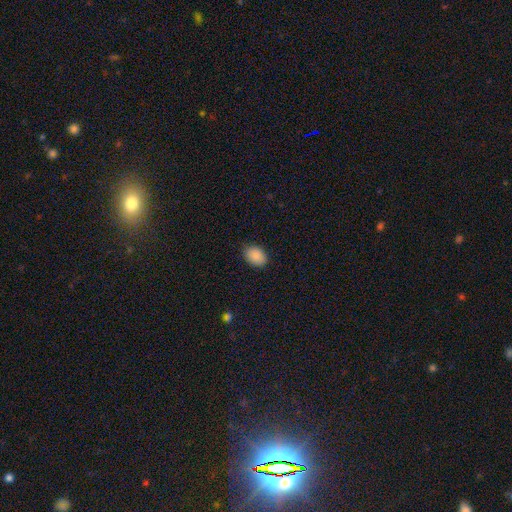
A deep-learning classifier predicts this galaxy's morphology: This appears to be a smooth galaxy with no disk features (89%) that is in between round and cigar-shaped (76%). Merging: none (85%).